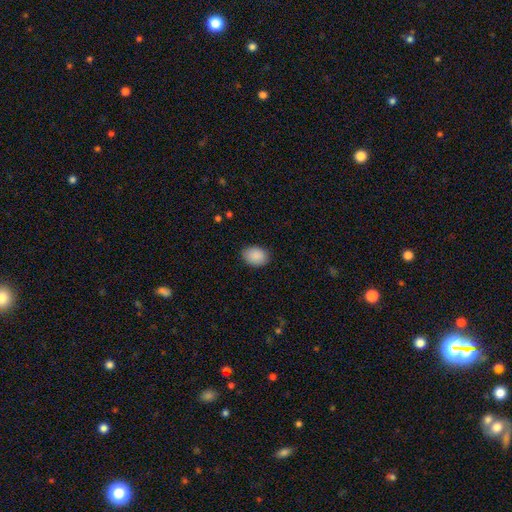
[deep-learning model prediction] Smooth or featured? smooth (90%)
How rounded? in between (75%)
Merging? none (86%)